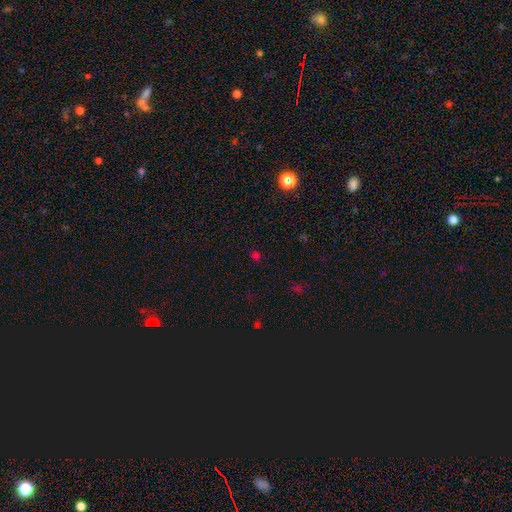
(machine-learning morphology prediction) Smooth or featured? smooth (54%)
How rounded? round (77%)
Merging? none (83%)